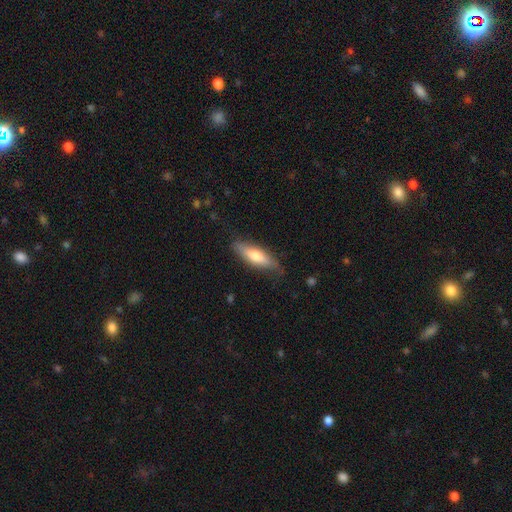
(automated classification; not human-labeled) Overall: smooth (64%; featured or disk 31%). How rounded: cigar-shaped (55%; in between 43%). Merging: none (77%).